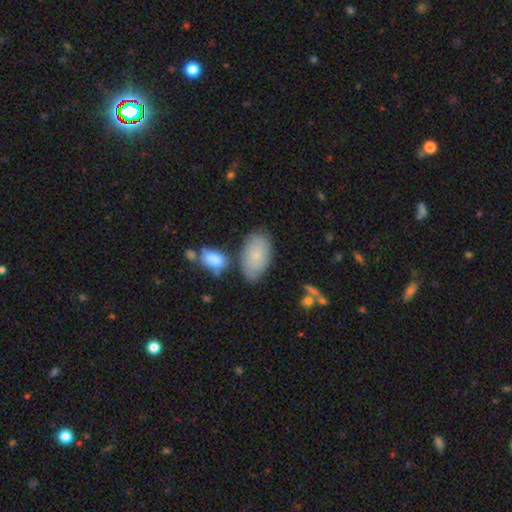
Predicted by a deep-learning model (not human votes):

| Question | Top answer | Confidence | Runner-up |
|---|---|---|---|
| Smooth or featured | smooth | 74% | featured or disk (18%) |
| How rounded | in between | 92% | round (5%) |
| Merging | none | 64% | minor disturbance (20%) |